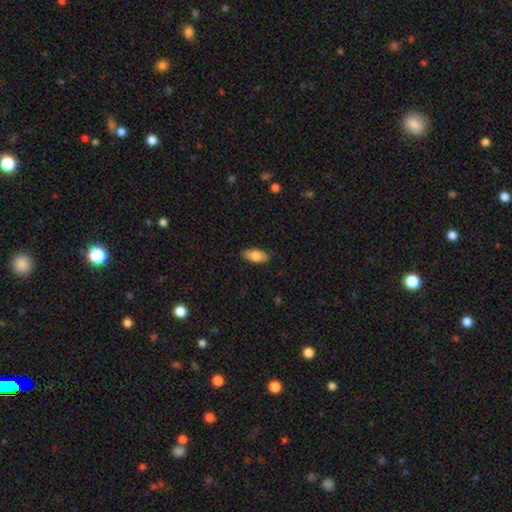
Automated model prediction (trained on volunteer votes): Morphology: type=smooth (82%); roundness=in between (89%); merging=none (87%).